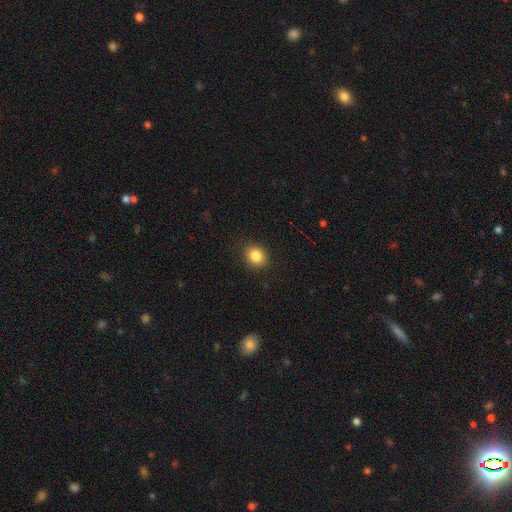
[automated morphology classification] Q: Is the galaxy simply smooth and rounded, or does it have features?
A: smooth — 84%.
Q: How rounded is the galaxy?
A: round — 66%.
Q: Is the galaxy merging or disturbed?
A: none — 90%.